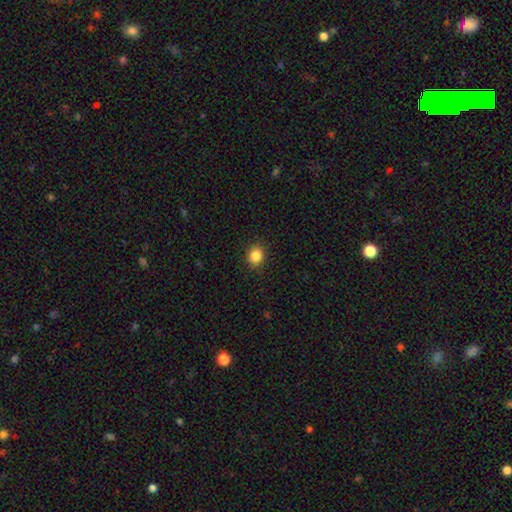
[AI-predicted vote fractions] smooth 86%, star or artifact 10%, featured or disk 4%. Down the decision tree: how rounded — round (81%); merging — none (90%).